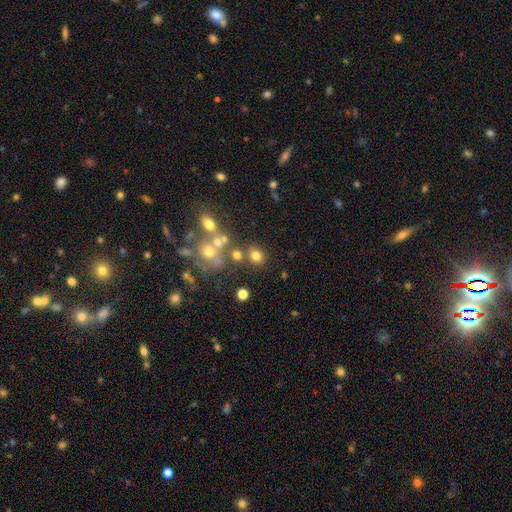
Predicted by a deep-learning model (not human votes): Smooth or featured? Predicted: smooth (p=0.72). How rounded? Predicted: round (p=0.74). Merging? Predicted: none (p=0.67).